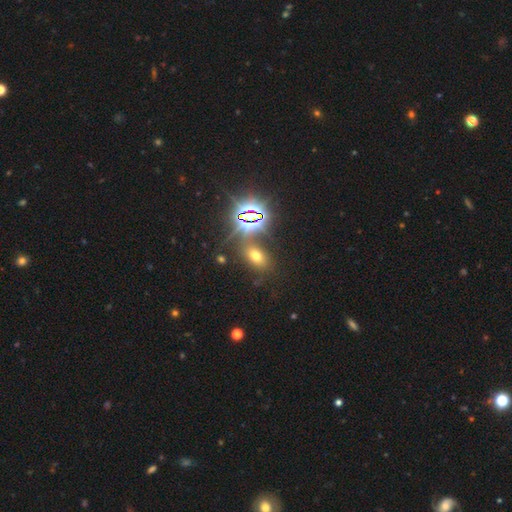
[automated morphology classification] A smooth galaxy with no disk features (49%).

Vote fractions:
- Smooth or featured? smooth: 49% / star or artifact: 39% / featured or disk: 11%
- Merging? none: 76% / minor disturbance: 11% / merger: 8% / major disturbance: 6%